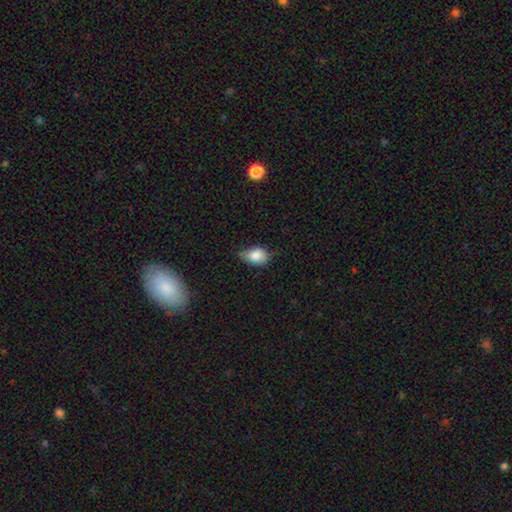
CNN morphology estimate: smooth-or-featured: smooth: 81% | featured or disk: 11% | star or artifact: 8%
  how-rounded: in between: 79% | round: 18% | cigar-shaped: 2%
  merging: none: 52% | minor disturbance: 39% | major disturbance: 8% | merger: 2%